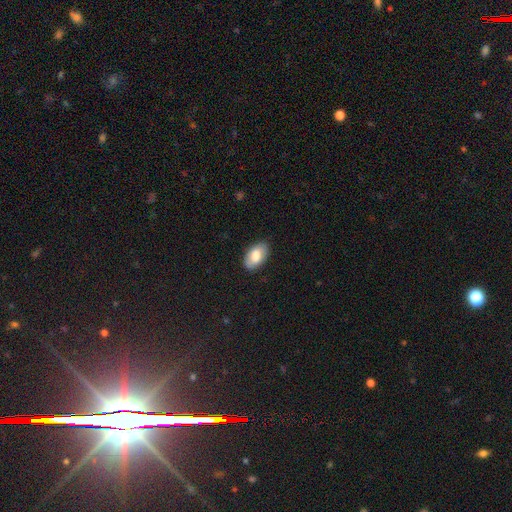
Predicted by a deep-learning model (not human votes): Smooth or featured?
  - smooth: 76% *
  - featured or disk: 18%
  - star or artifact: 6%
How rounded?
  - in between: 94% *
  - round: 4%
  - cigar-shaped: 2%
Merging?
  - none: 84% *
  - minor disturbance: 12%
  - major disturbance: 3%
  - merger: 1%